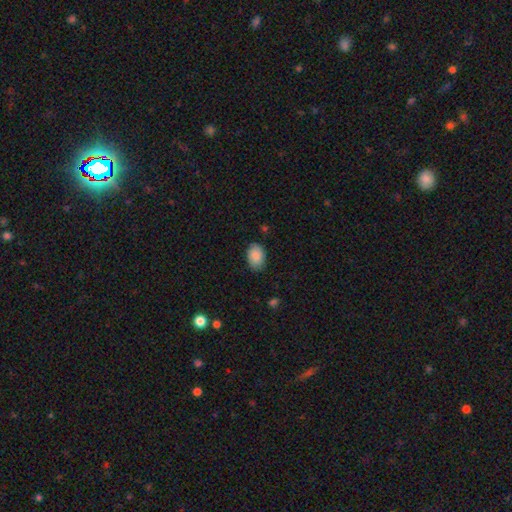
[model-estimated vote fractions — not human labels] smooth-or-featured: smooth: 88% | star or artifact: 7% | featured or disk: 5%
  how-rounded: in between: 85% | round: 14% | cigar-shaped: 1%
  merging: none: 83% | minor disturbance: 13% | major disturbance: 3% | merger: 1%